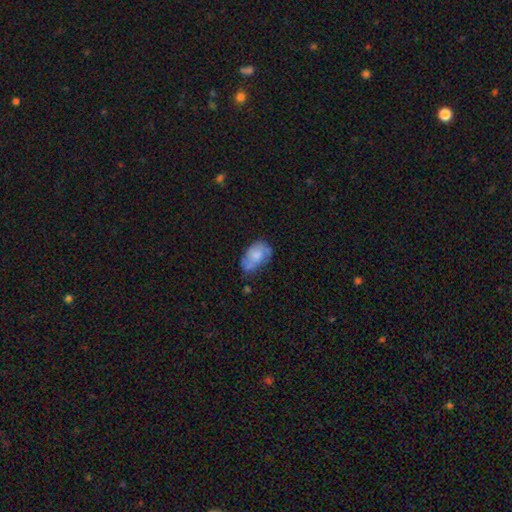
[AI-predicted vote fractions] This appears to be a smooth galaxy with no disk features (56%) that is in between round and cigar-shaped (88%). Merging: none (47%).